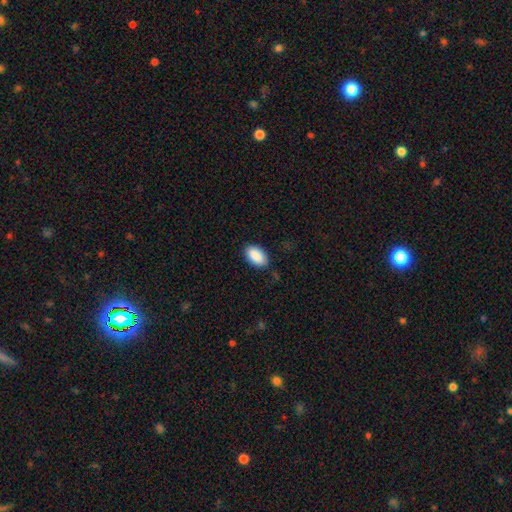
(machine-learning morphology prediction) A smooth galaxy with no disk features (90%) that is in between round and cigar-shaped (94%). Merging: none (84%).